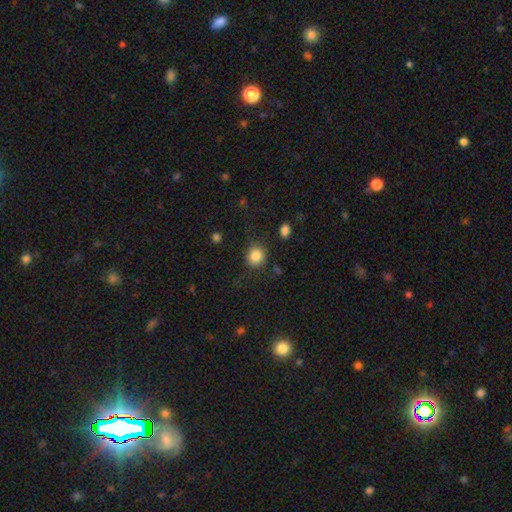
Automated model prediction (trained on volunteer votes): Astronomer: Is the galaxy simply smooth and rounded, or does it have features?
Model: smooth — 85%.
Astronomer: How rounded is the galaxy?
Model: round — 83%.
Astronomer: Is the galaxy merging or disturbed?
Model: none — 80%.